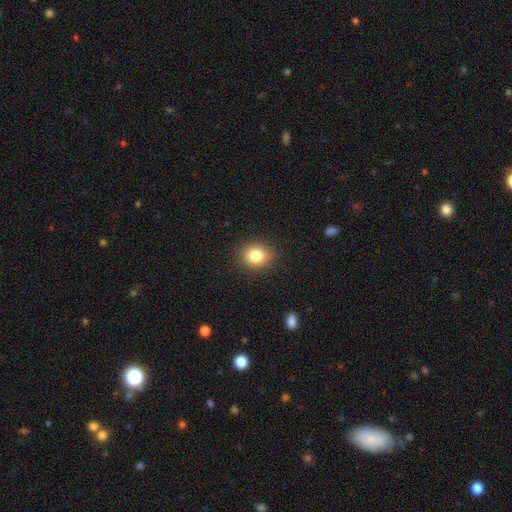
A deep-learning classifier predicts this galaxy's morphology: This appears to be a smooth galaxy with no disk features (82%) that is round (67%). Merging: none (89%).